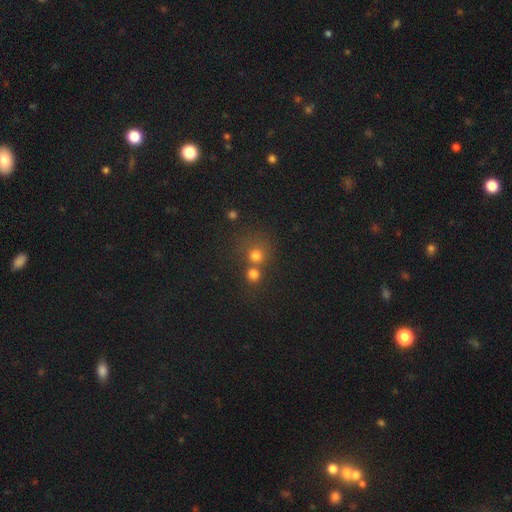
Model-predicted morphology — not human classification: smooth 69%, star or artifact 21%, featured or disk 10%. Down the decision tree: how rounded — round (86%); merging — none (46%).